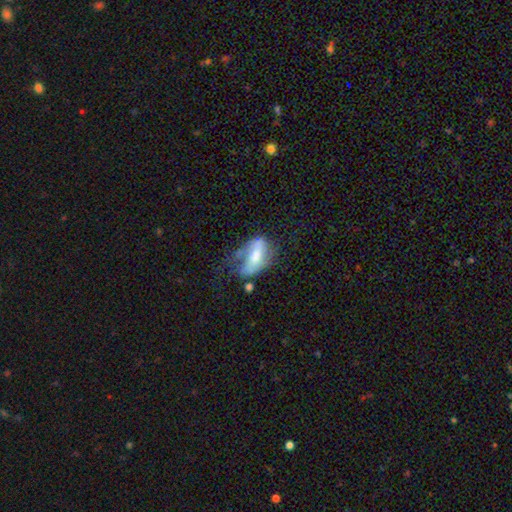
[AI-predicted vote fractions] smooth_or_featured: featured or disk (p=0.48) [alt: smooth p=0.44]
merging: major disturbance (p=0.32) [alt: none p=0.31]